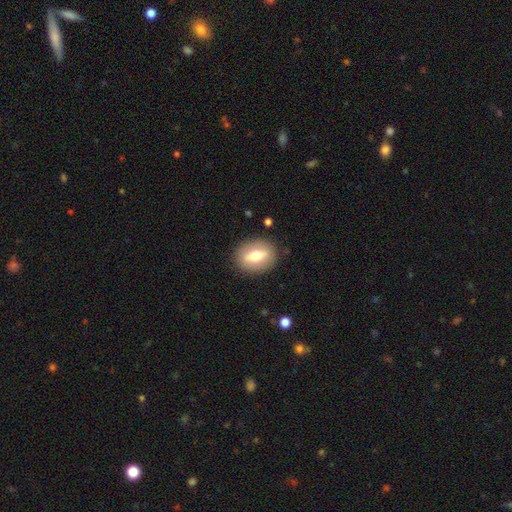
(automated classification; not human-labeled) smooth_or_featured: smooth (p=0.52) [alt: featured or disk p=0.41]
how_rounded: in between (p=0.63) [alt: round p=0.33]
merging: none (p=0.87) [alt: minor disturbance p=0.09]